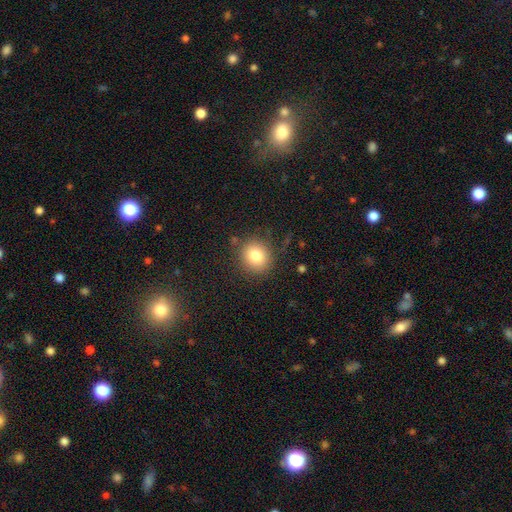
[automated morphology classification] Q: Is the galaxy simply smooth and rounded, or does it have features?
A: smooth — 81%.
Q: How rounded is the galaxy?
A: round — 84%.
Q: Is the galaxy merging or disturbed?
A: none — 84%.